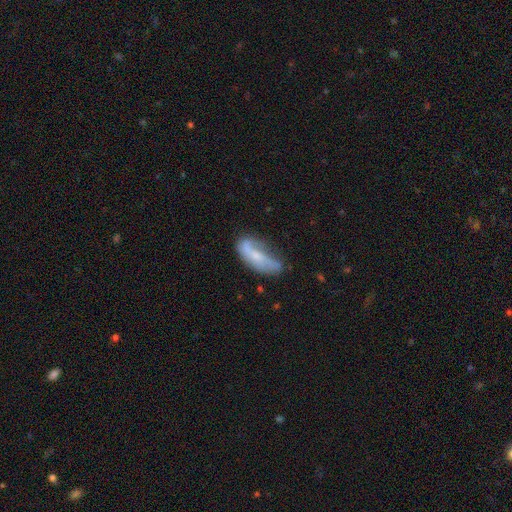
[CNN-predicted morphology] Smooth or featured: featured or disk — 52% (smooth — 41%)
Edge-on disk: no — 87% (yes — 13%)
Merging: none — 38% (minor disturbance — 33%)